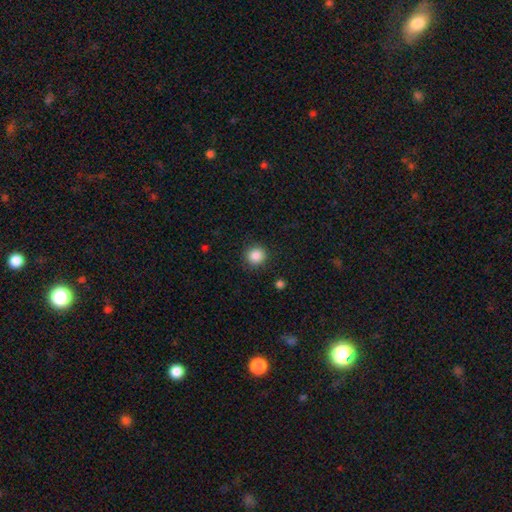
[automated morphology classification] Smooth or featured? Predicted: smooth (p=0.87). How rounded? Predicted: round (p=0.93). Merging? Predicted: none (p=0.89).